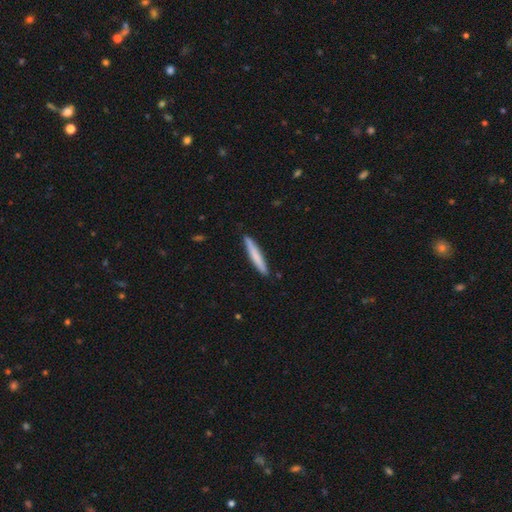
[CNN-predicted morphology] Smooth or featured?
  - smooth: 74% *
  - featured or disk: 20%
  - star or artifact: 5%
How rounded?
  - cigar-shaped: 95% *
  - in between: 4%
  - round: 1%
Merging?
  - none: 89% *
  - minor disturbance: 8%
  - major disturbance: 1%
  - merger: 1%